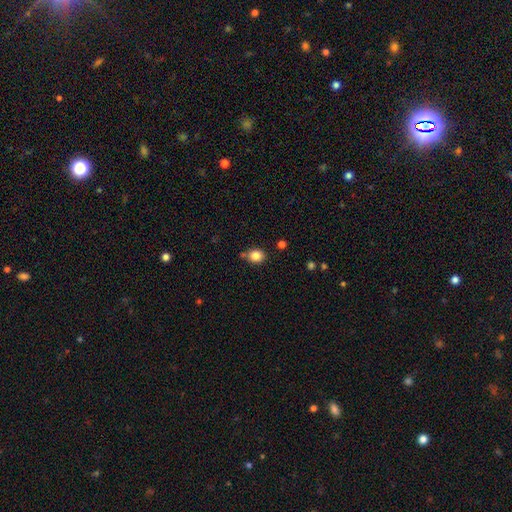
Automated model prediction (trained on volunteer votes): smooth-or-featured: smooth: 84% | star or artifact: 11% | featured or disk: 6%
  how-rounded: round: 64% | in between: 35% | cigar-shaped: 1%
  merging: none: 76% | minor disturbance: 13% | merger: 8% | major disturbance: 3%